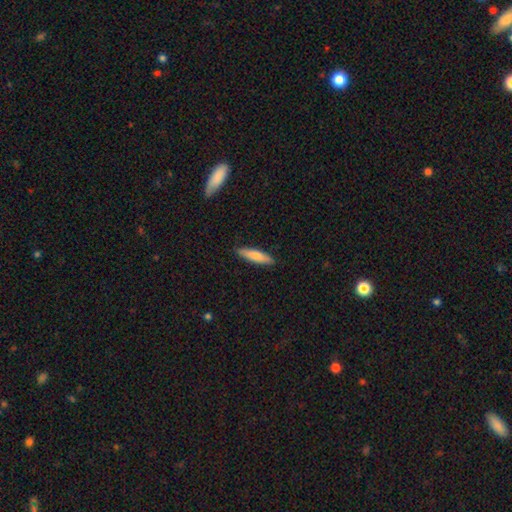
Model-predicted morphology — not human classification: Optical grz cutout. It shows a smooth galaxy with no disk features (78%) that is cigar-shaped (76%). Merging: none (87%).